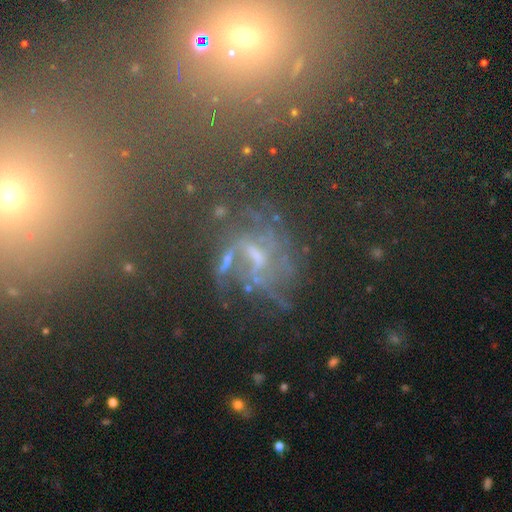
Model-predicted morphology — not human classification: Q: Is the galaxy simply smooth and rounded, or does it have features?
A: featured or disk — 45%.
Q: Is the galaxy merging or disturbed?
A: none — 48%.